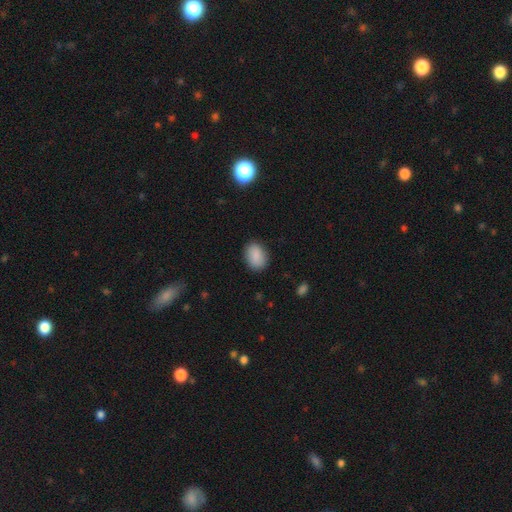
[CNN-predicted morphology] Overall: smooth (88%). How rounded: in between (76%). Merging: none (85%).